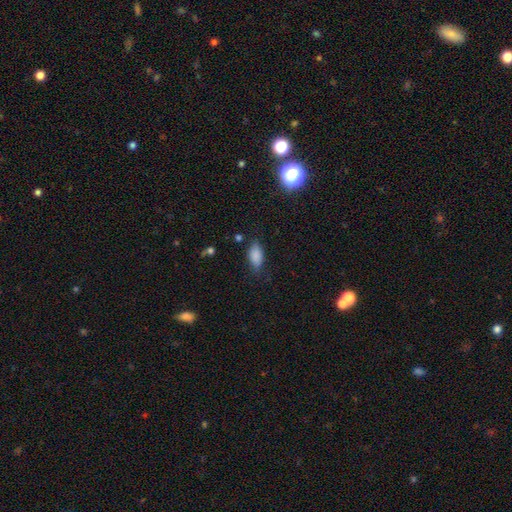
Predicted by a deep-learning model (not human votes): Smooth or featured? Predicted: smooth (p=0.86). How rounded? Predicted: in between (p=0.90). Merging? Predicted: none (p=0.73).